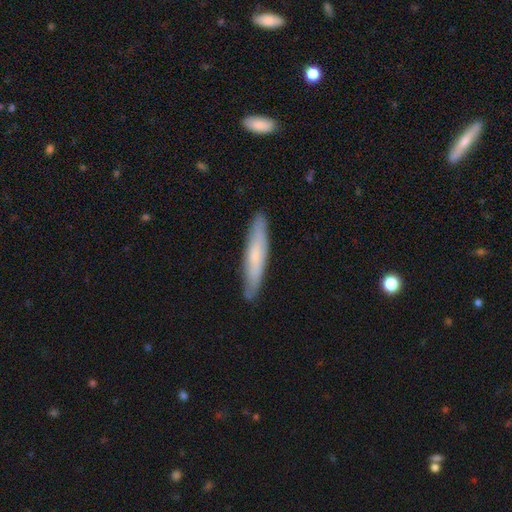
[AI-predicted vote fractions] This is likely a smooth galaxy (62%). How rounded: clearly cigar-shaped (90%). Merging: clearly none (87%).